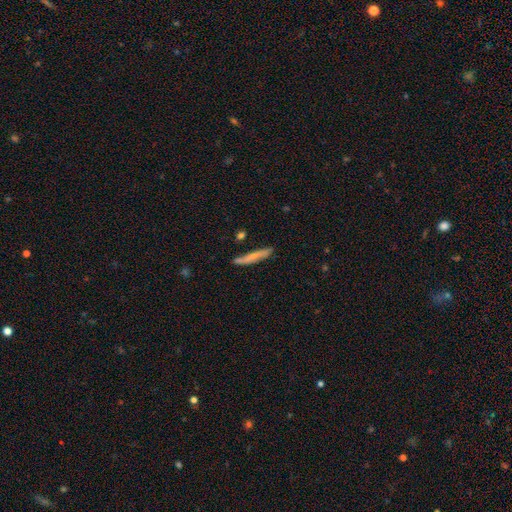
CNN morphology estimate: A smooth galaxy with no disk features (60%) that is cigar-shaped (94%). Merging: none (78%).